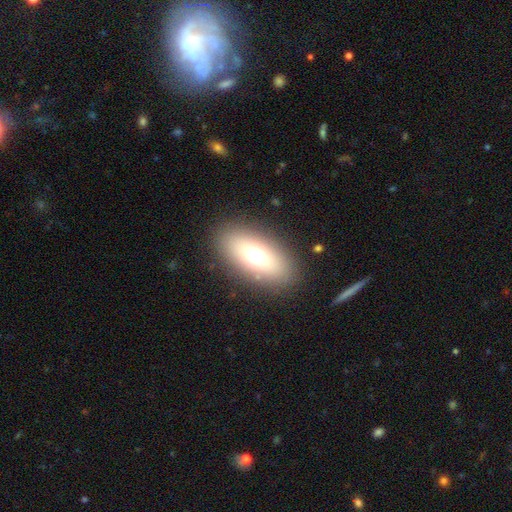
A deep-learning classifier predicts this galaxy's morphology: This is likely a smooth galaxy (65%). How rounded: clearly in between (82%). Merging: clearly none (86%).